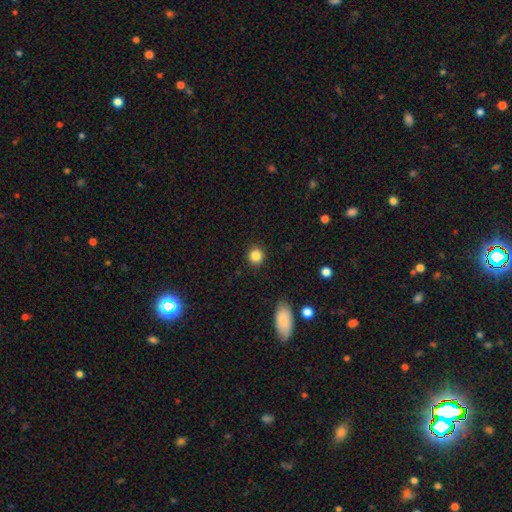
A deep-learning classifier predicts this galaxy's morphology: Overall: smooth (85%). How rounded: round (88%). Merging: none (91%).